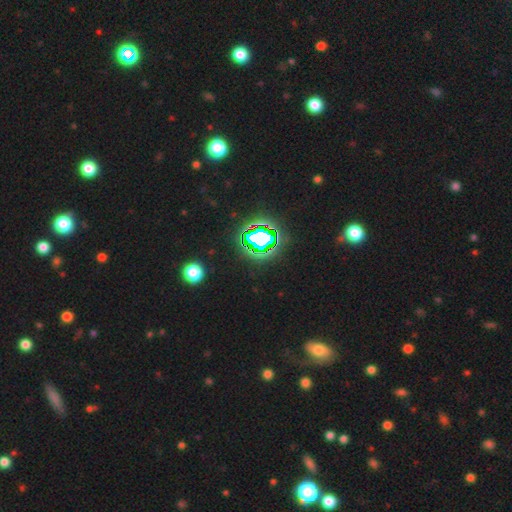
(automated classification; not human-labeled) A star or artifact, not a galaxy (79%).